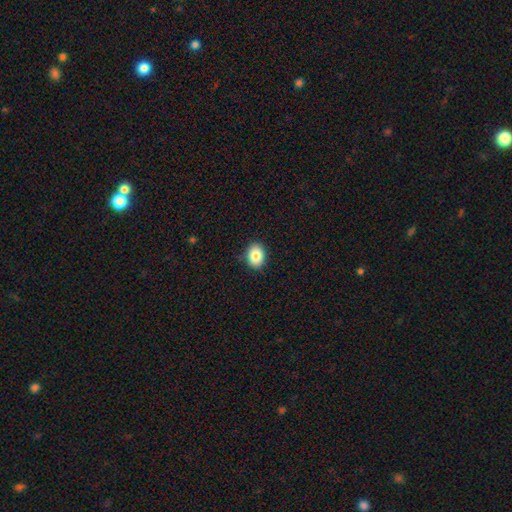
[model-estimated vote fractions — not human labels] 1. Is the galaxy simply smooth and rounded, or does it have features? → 84% smooth, 8% star or artifact, 7% featured or disk.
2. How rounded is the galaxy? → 65% in between, 34% round, 1% cigar-shaped.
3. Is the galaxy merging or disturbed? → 88% none, 9% minor disturbance, 2% major disturbance, 1% merger.